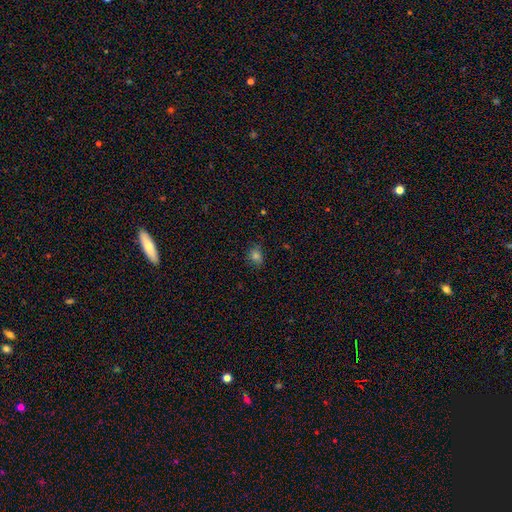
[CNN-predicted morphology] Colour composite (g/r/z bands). It shows a smooth galaxy with no disk features (77%) that is in between round and cigar-shaped (50%). Merging: none (78%).